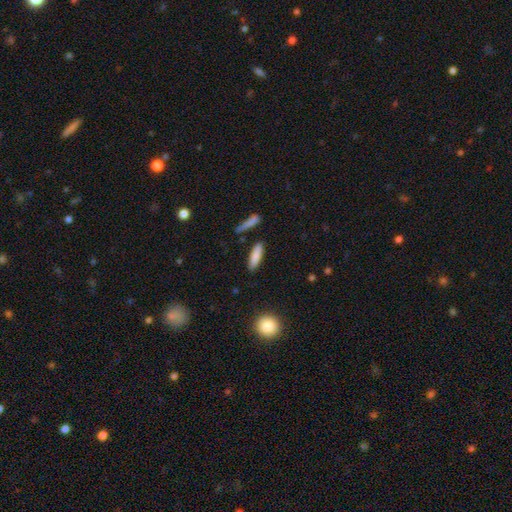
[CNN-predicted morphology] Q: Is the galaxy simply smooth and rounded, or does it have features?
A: smooth — 83%.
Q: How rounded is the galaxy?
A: cigar-shaped — 61%.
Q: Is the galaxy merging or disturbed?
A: none — 84%.